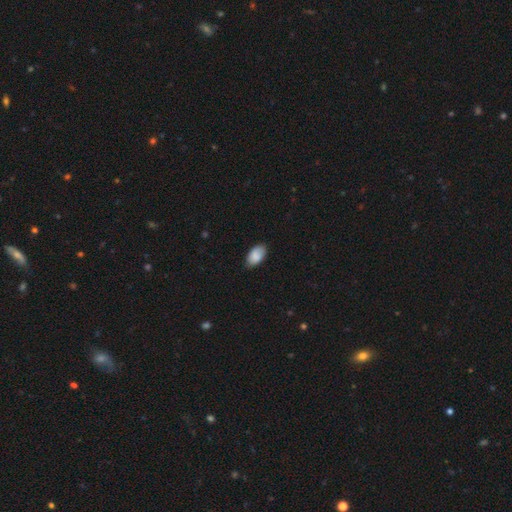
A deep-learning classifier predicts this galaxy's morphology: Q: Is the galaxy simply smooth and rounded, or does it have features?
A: smooth — 87%.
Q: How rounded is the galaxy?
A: in between — 94%.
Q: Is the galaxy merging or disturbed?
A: none — 80%.